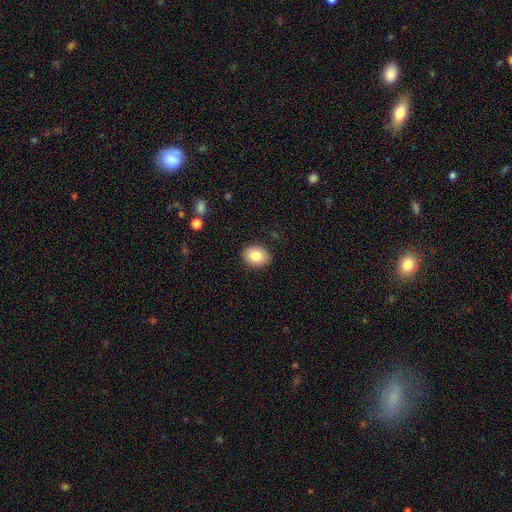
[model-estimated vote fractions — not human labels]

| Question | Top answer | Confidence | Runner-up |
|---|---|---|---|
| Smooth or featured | smooth | 83% | featured or disk (9%) |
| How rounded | in between | 55% | round (45%) |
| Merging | none | 89% | minor disturbance (8%) |